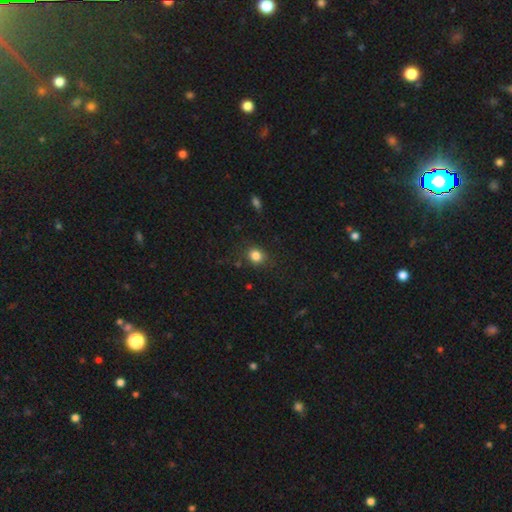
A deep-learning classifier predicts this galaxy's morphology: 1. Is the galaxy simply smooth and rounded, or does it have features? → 84% smooth, 11% star or artifact, 5% featured or disk.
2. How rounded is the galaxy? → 68% round, 31% in between, 1% cigar-shaped.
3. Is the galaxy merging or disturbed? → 81% none, 12% minor disturbance, 4% major disturbance, 2% merger.